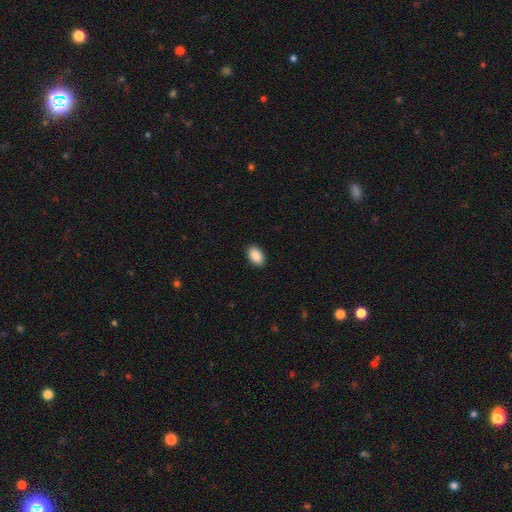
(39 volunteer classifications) Overall: smooth (90%). How rounded: in between (94%). Merging: none (92%).